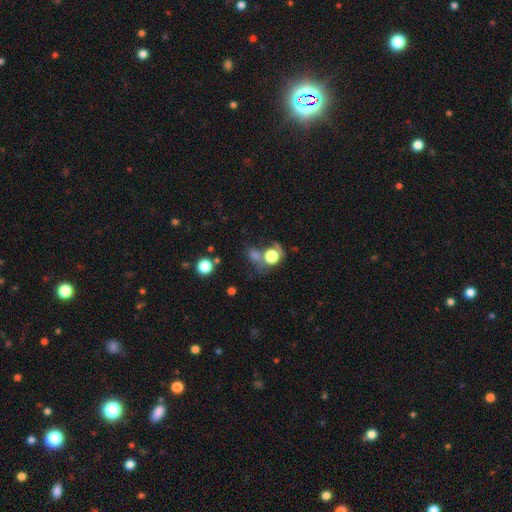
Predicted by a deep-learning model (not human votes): A smooth galaxy with no disk features (57%) that is round (75%). Merging: none (50%).